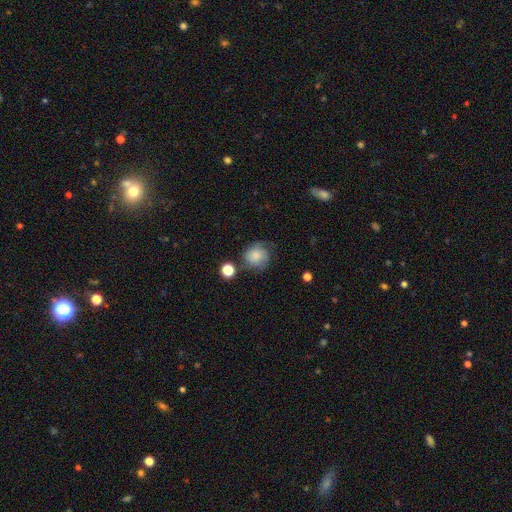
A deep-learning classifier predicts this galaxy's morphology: The model was most divided on "merging": none: 59%, minor disturbance: 24%, major disturbance: 11%, merger: 6%. More confident: how rounded — round (83%); smooth or featured — smooth (64%).